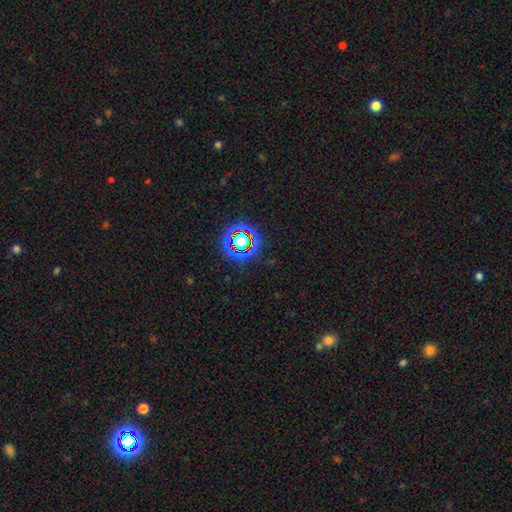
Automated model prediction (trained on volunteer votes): A star or artifact, not a galaxy (74%).

Vote fractions:
- Smooth or featured? star or artifact: 74% / smooth: 15% / featured or disk: 10%